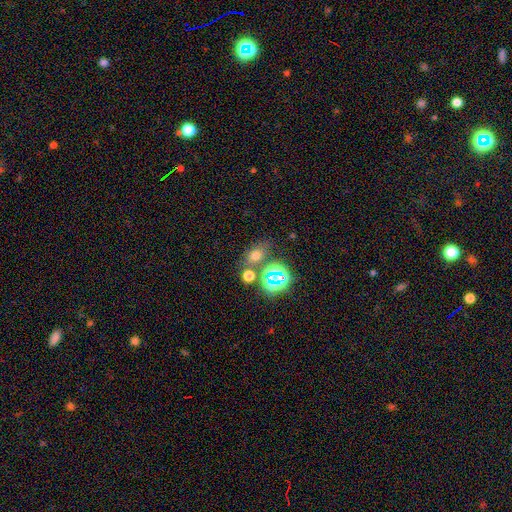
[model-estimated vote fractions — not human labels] A smooth galaxy with no disk features (58%) that is in between round and cigar-shaped (58%). Merging: none (65%).